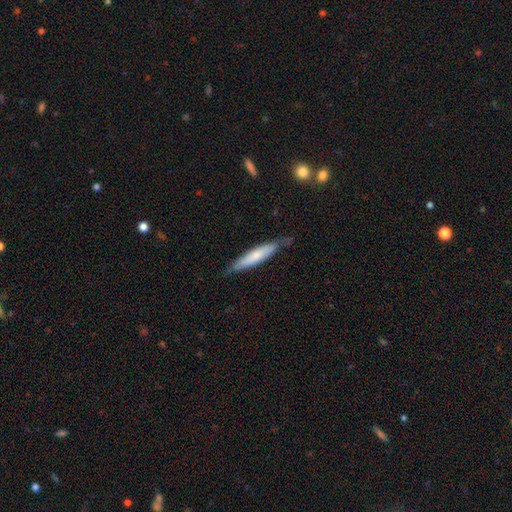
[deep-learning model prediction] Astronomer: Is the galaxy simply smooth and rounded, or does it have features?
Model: smooth — 64%.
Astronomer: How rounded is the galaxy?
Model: cigar-shaped — 87%.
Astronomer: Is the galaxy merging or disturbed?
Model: none — 75%.